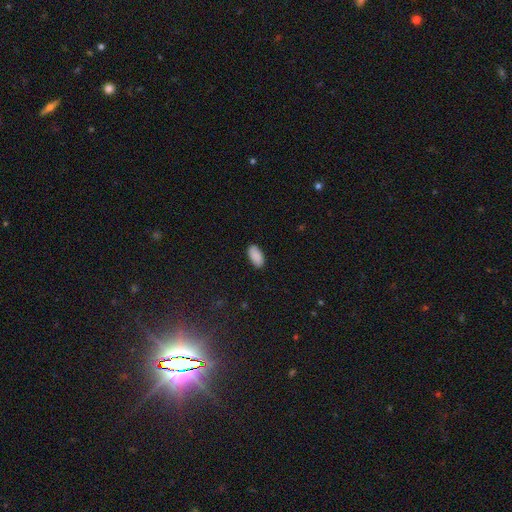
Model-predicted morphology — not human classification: smooth_or_featured: smooth (p=0.90) [alt: star or artifact p=0.07]
how_rounded: in between (p=0.94) [alt: cigar-shaped p=0.04]
merging: none (p=0.88) [alt: minor disturbance p=0.09]